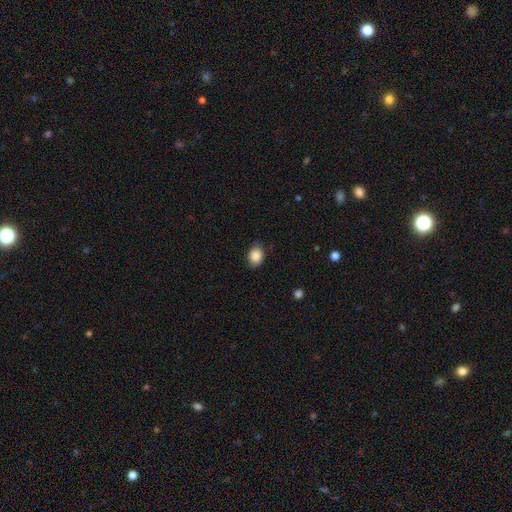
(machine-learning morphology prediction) smooth_or_featured: smooth (p=0.86) [alt: star or artifact p=0.08]
how_rounded: in between (p=0.64) [alt: round p=0.35]
merging: none (p=0.78) [alt: minor disturbance p=0.18]